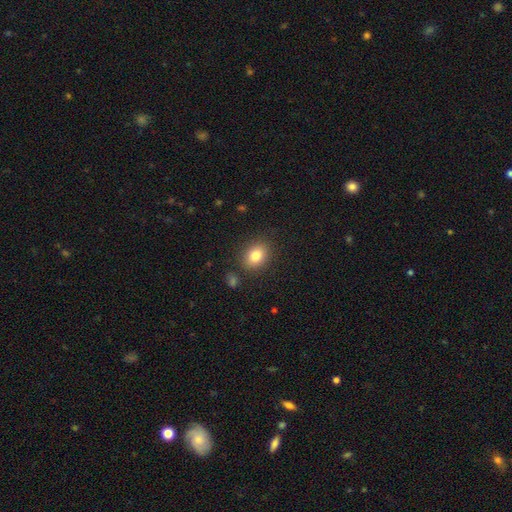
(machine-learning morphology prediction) Smooth or featured?
  - smooth: 82% *
  - star or artifact: 10%
  - featured or disk: 9%
How rounded?
  - in between: 61% *
  - round: 38%
  - cigar-shaped: 1%
Merging?
  - none: 85% *
  - minor disturbance: 10%
  - major disturbance: 3%
  - merger: 3%